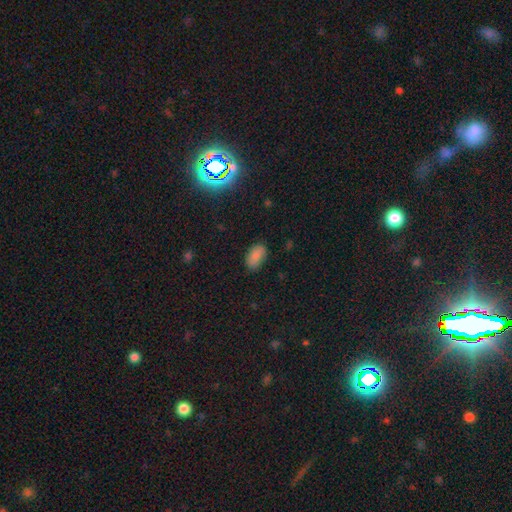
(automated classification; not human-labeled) A smooth galaxy with no disk features (85%) that is in between round and cigar-shaped (94%). Merging: none (81%).